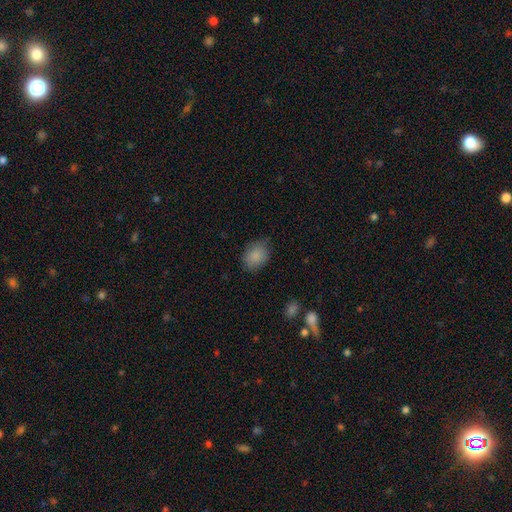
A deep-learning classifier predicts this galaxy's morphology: Smooth or featured? smooth (87%)
How rounded? in between (70%)
Merging? none (77%)